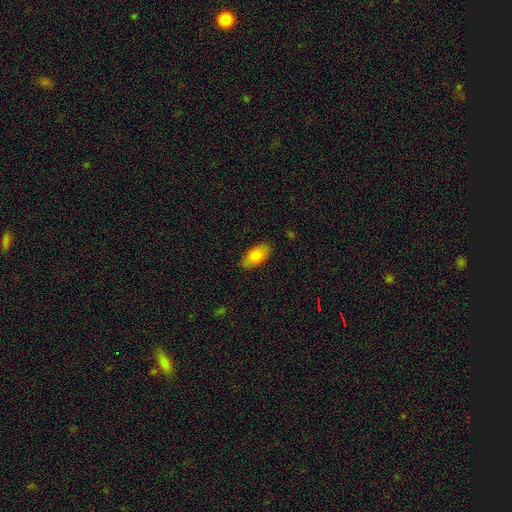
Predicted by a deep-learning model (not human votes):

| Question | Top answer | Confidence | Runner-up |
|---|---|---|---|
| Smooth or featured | smooth | 80% | featured or disk (13%) |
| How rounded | in between | 93% | cigar-shaped (4%) |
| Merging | none | 87% | minor disturbance (10%) |